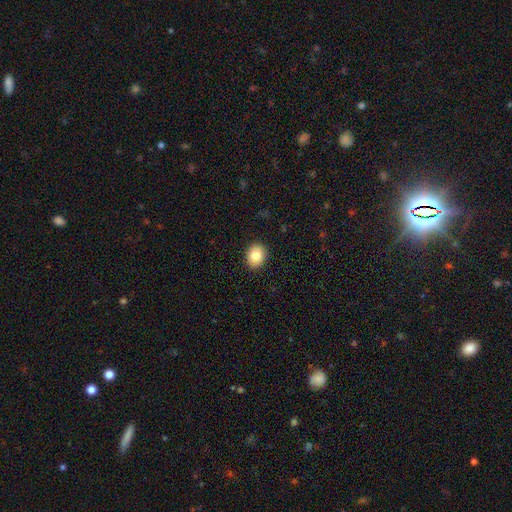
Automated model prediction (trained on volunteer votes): Q: Smooth or featured?
A: smooth (83%); runner-up: star or artifact (9%)
Q: How rounded?
A: round (54%); runner-up: in between (45%)
Q: Merging?
A: none (91%); runner-up: minor disturbance (7%)